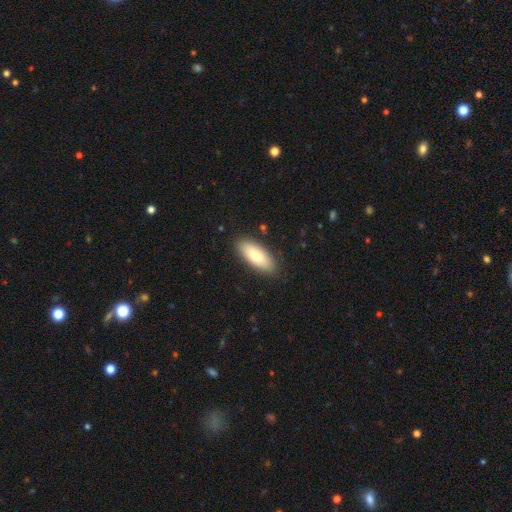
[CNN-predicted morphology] Smooth or featured? Predicted: smooth (p=0.82). How rounded? Predicted: in between (p=0.80). Merging? Predicted: none (p=0.87).